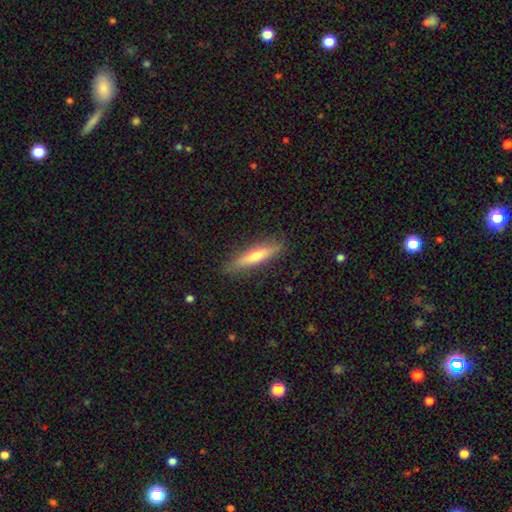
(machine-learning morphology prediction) A smooth galaxy with no disk features (54%) that is cigar-shaped (86%). Merging: none (87%).